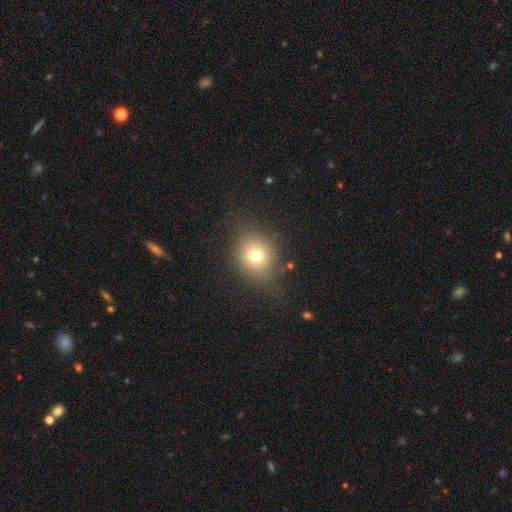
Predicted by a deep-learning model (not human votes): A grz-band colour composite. It shows a smooth galaxy with no disk features (71%) that is round (72%). Merging: none (77%).